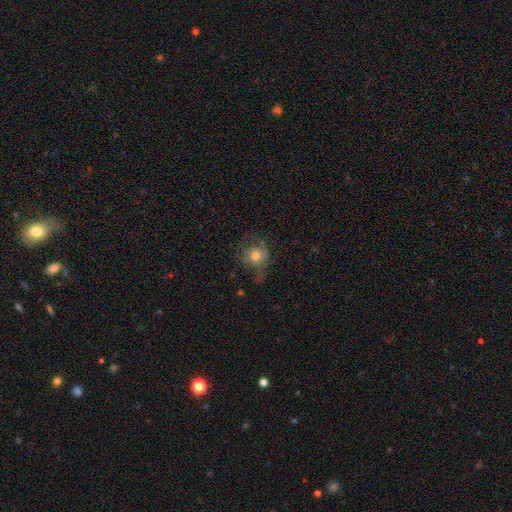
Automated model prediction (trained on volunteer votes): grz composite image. It shows a smooth galaxy with no disk features (50%). Merging: none (41%).